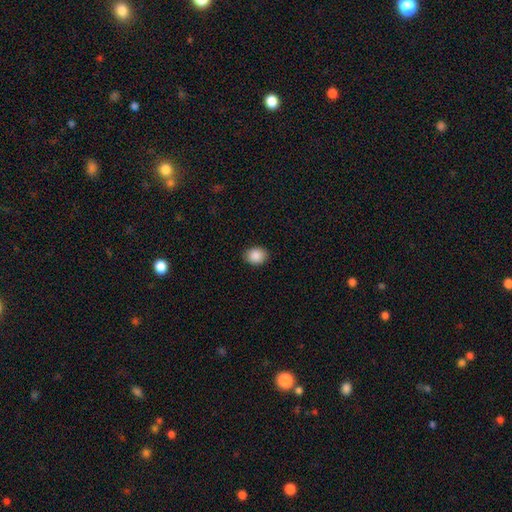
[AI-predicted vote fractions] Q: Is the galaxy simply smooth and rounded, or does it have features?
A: smooth — 89%.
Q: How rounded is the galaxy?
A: in between — 55%.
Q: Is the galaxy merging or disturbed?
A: none — 88%.